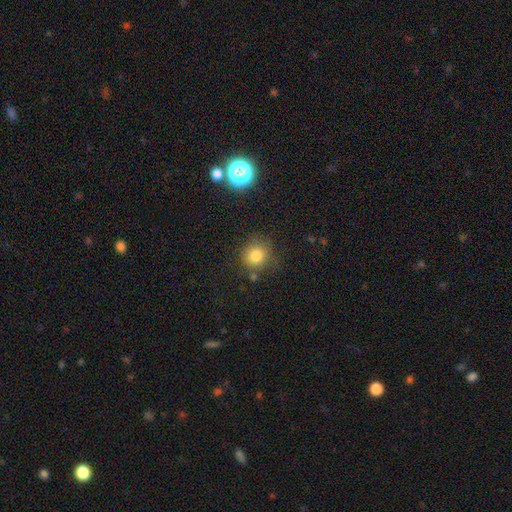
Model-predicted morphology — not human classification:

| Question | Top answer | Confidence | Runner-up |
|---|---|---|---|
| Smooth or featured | smooth | 81% | star or artifact (12%) |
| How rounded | round | 86% | in between (13%) |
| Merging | none | 77% | minor disturbance (14%) |